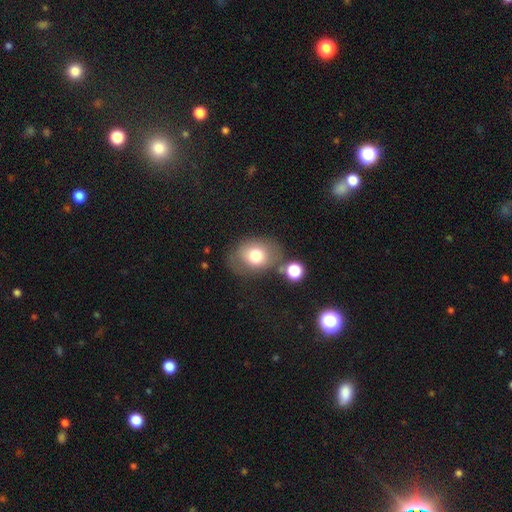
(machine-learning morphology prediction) Smooth or featured? smooth (74%)
How rounded? in between (57%)
Merging? none (62%)